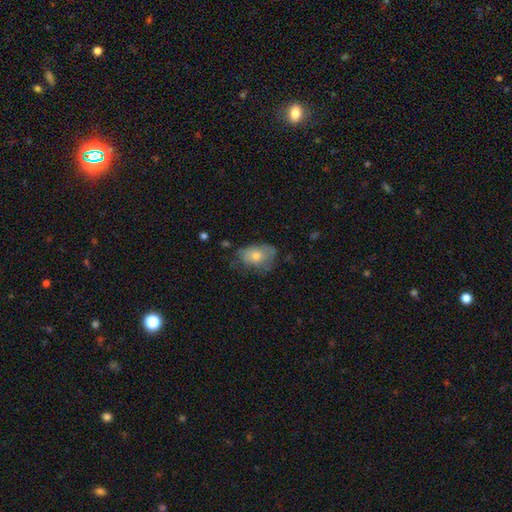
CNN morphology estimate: This is likely a smooth galaxy (63%). How rounded: likely in between (80%). Merging: possibly none (48%).